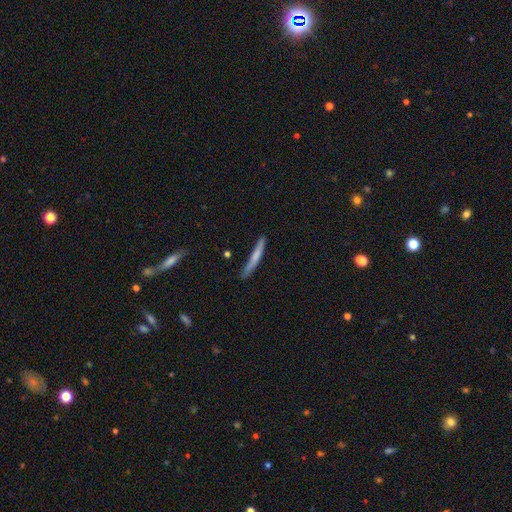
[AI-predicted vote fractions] smooth-or-featured: smooth: 66% | featured or disk: 29% | star or artifact: 6%
  how-rounded: cigar-shaped: 96% | in between: 3% | round: 1%
  merging: none: 80% | minor disturbance: 15% | major disturbance: 3% | merger: 2%